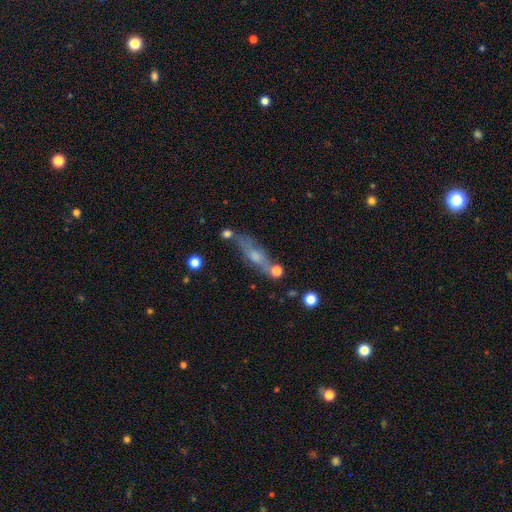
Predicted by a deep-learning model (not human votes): Smooth or featured: featured or disk — 52% (smooth — 36%)
Edge-on disk: yes — 66% (no — 34%)
Merging: none — 65% (minor disturbance — 17%)